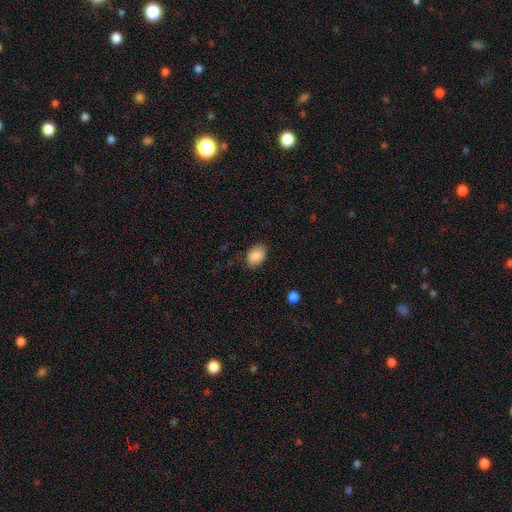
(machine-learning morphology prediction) Overall: smooth (89%). How rounded: in between (82%). Merging: none (83%).